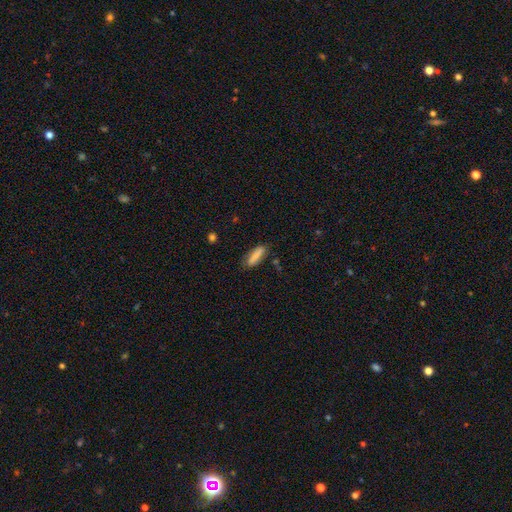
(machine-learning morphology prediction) Smooth or featured?
  - smooth: 83% *
  - featured or disk: 10%
  - star or artifact: 7%
How rounded?
  - in between: 51% *
  - cigar-shaped: 47%
  - round: 2%
Merging?
  - none: 75% *
  - minor disturbance: 17%
  - major disturbance: 4%
  - merger: 3%